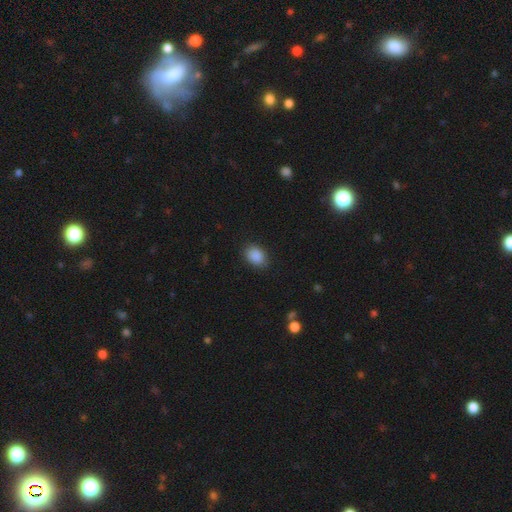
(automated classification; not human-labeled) Q: Smooth or featured?
A: smooth (89%); runner-up: star or artifact (8%)
Q: How rounded?
A: in between (75%); runner-up: round (24%)
Q: Merging?
A: none (86%); runner-up: minor disturbance (10%)